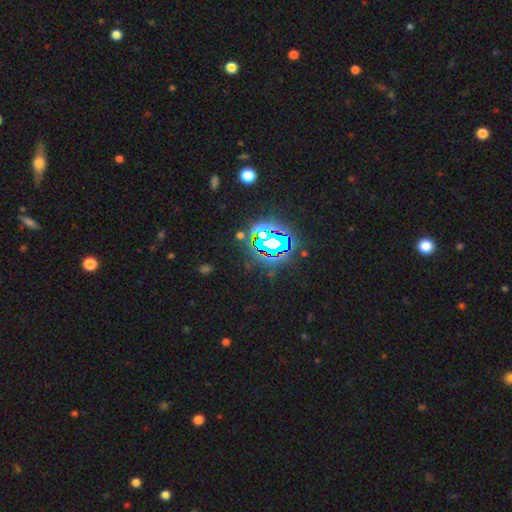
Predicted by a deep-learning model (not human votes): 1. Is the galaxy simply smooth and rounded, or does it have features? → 85% star or artifact, 9% smooth, 6% featured or disk.